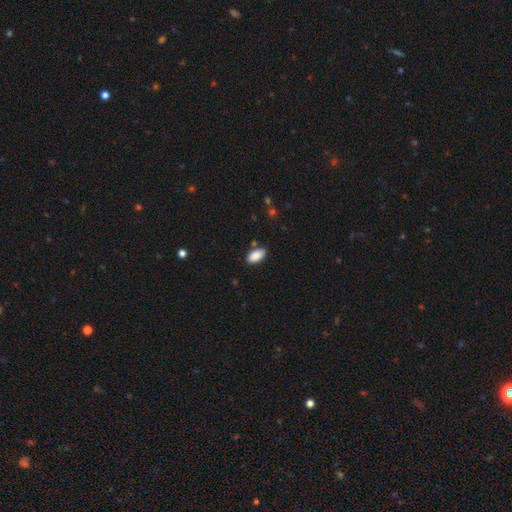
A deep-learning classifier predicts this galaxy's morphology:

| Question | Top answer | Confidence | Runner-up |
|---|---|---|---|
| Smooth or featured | smooth | 89% | star or artifact (7%) |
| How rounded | in between | 92% | cigar-shaped (5%) |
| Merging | none | 80% | minor disturbance (15%) |